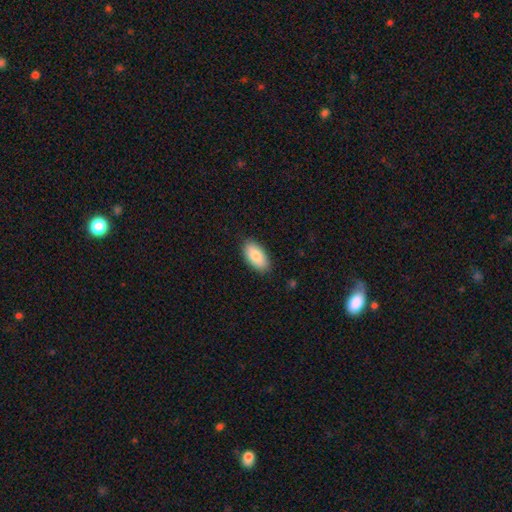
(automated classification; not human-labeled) smooth-or-featured: smooth: 85% | featured or disk: 9% | star or artifact: 6%
  how-rounded: in between: 94% | cigar-shaped: 3% | round: 3%
  merging: none: 86% | minor disturbance: 11% | major disturbance: 2% | merger: 1%